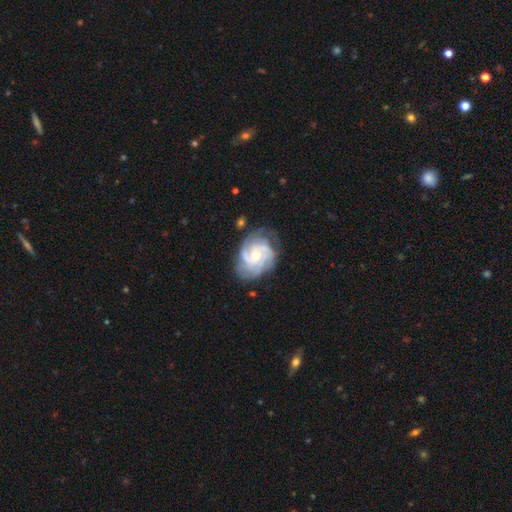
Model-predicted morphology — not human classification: smooth-or-featured: featured or disk: 86% | smooth: 9% | star or artifact: 5%
  disk-edge-on: no: 98% | yes: 2%
    bar: no: 64% | weak: 31% | strong: 5%
    has-spiral-arms: yes: 97% | no: 3%
      spiral-winding: tight: 55% | medium: 36% | loose: 9%
      spiral-arm-count: 3: 30% | can't tell: 23% | 4: 20% | 2: 15% | more than 4: 6% | 1: 5%
    bulge-size: small: 50% | moderate: 42% | large: 3% | none: 3% | dominant: 1%
  merging: none: 69% | minor disturbance: 20% | major disturbance: 9% | merger: 2%